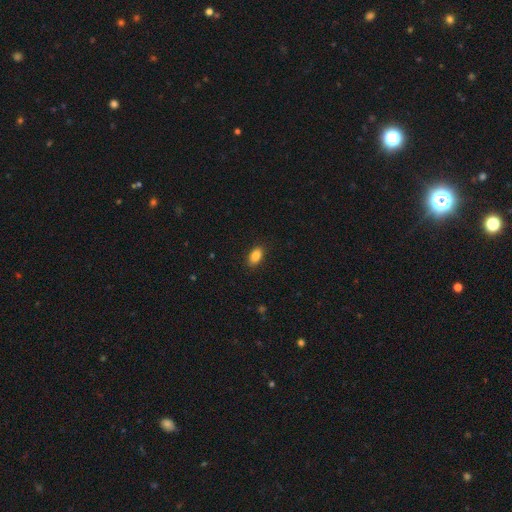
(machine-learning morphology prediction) This appears to be a smooth galaxy with no disk features (87%) that is in between round and cigar-shaped (91%). Merging: none (89%).